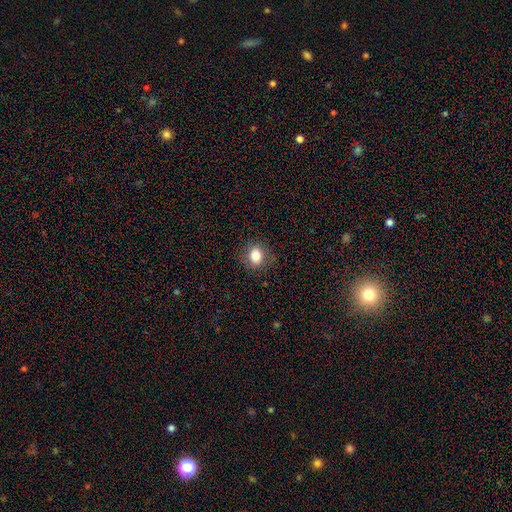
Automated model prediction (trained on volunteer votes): Morphology: type=smooth (82%); roundness=round (57%); merging=none (86%).